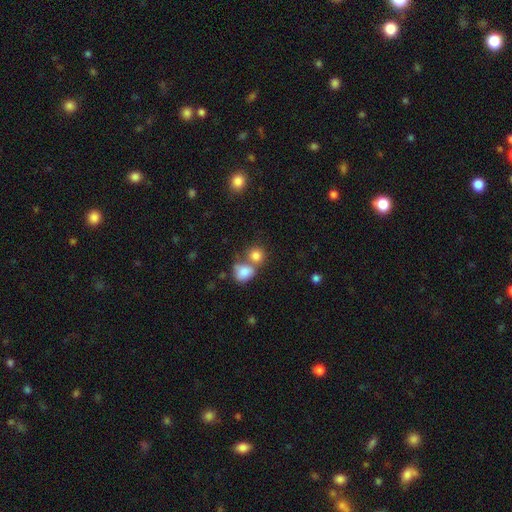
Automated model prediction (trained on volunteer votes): This is clearly a smooth galaxy (83%). How rounded: likely round (75%). Merging: possibly merger (46%).